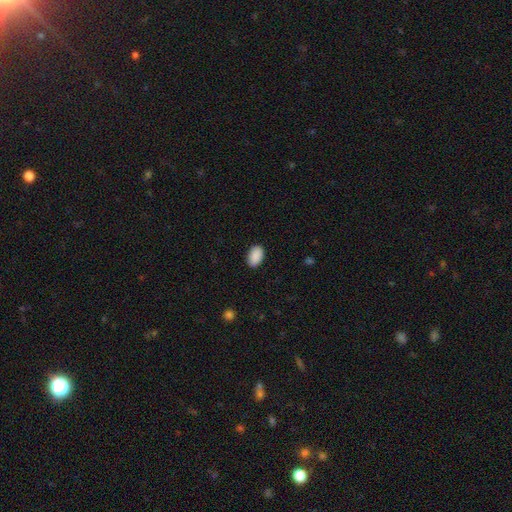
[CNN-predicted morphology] This is clearly a smooth galaxy (91%). How rounded: clearly in between (90%). Merging: clearly none (88%).